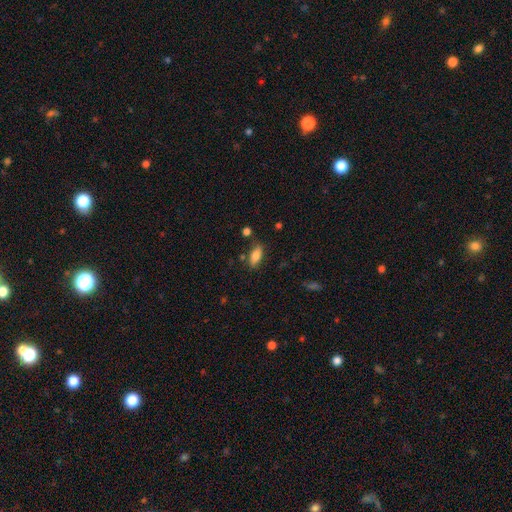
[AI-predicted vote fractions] smooth 80%, featured or disk 12%, star or artifact 8%. Down the decision tree: how rounded — in between (83%); merging — none (78%).